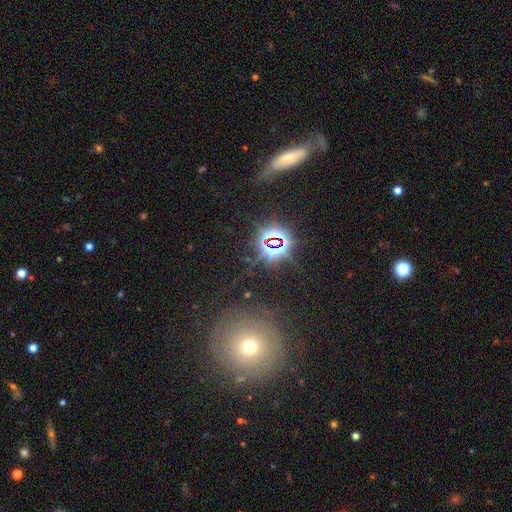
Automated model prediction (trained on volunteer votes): smooth-or-featured: star or artifact: 43% | featured or disk: 30% | smooth: 28%